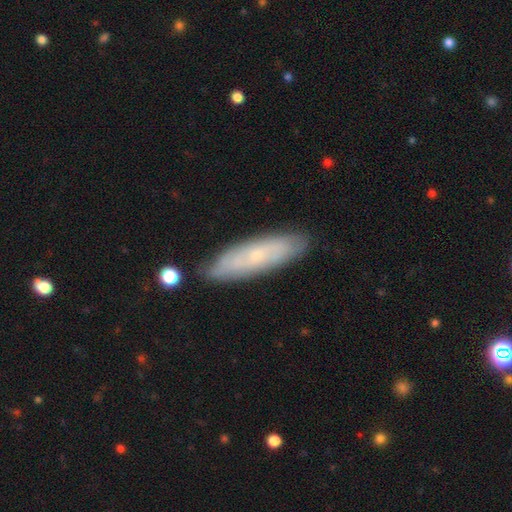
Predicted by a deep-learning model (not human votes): This is possibly a smooth galaxy (48%). Merging: clearly none (82%).